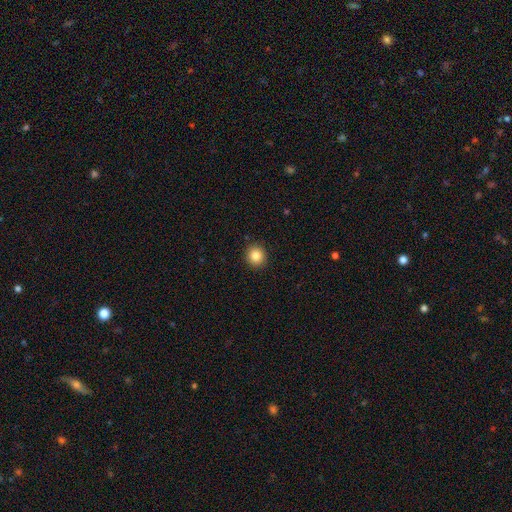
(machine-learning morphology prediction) Smooth or featured? smooth (84%)
How rounded? round (91%)
Merging? none (92%)